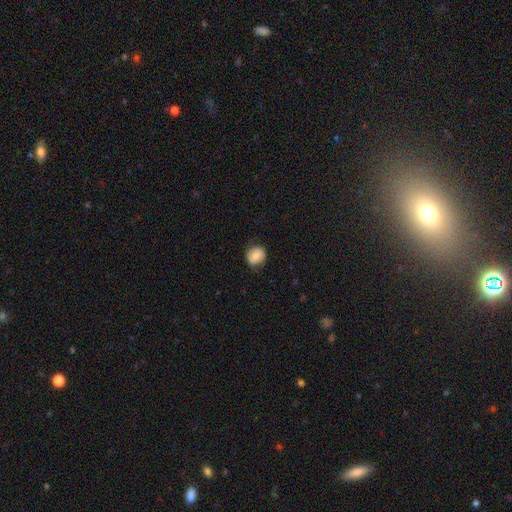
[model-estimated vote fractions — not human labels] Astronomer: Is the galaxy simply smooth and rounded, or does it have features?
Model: smooth — 74%.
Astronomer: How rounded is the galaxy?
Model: round — 79%.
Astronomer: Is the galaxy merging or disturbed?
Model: none — 79%.